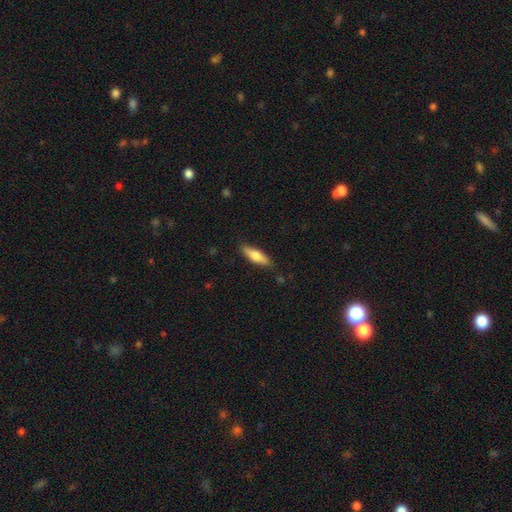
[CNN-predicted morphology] This is likely a smooth galaxy (63%). How rounded: possibly cigar-shaped (58%). Merging: clearly none (85%).